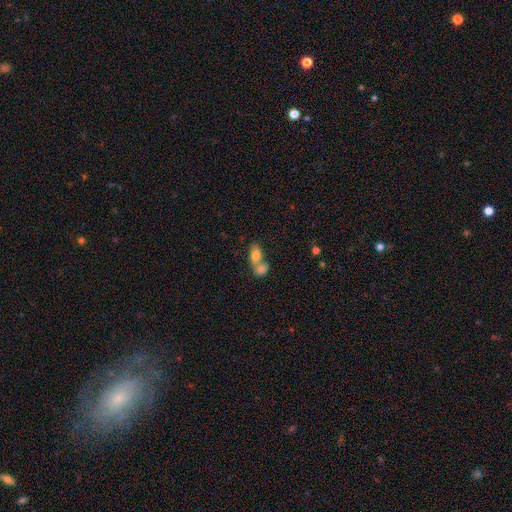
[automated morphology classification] smooth_or_featured: smooth (p=0.78) [alt: featured or disk p=0.14]
how_rounded: in between (p=0.83) [alt: round p=0.12]
merging: merger (p=0.64) [alt: none p=0.25]